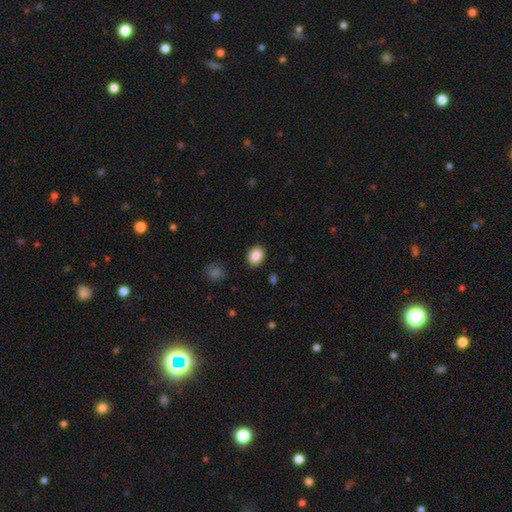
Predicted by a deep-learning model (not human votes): smooth_or_featured: smooth (p=0.86) [alt: star or artifact p=0.09]
how_rounded: round (p=0.52) [alt: in between p=0.47]
merging: none (p=0.90) [alt: minor disturbance p=0.07]